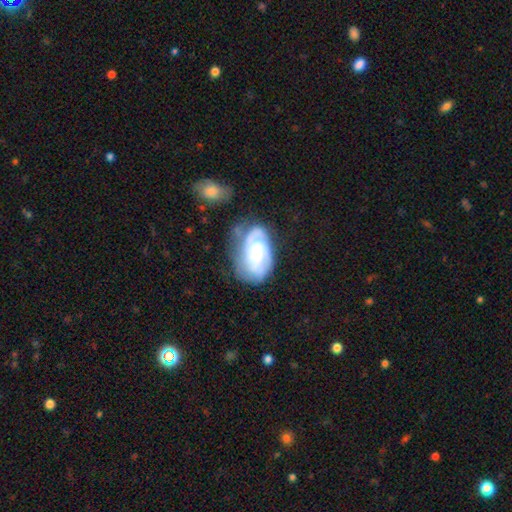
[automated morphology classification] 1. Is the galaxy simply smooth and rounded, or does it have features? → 68% featured or disk, 25% smooth, 8% star or artifact.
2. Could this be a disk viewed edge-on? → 97% no, 3% yes.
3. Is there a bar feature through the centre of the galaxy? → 60% no, 31% weak, 9% strong.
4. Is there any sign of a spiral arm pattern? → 87% yes, 13% no.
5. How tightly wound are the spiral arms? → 54% tight, 34% medium, 12% loose.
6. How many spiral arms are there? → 35% can't tell, 30% 2, 18% 3, 9% 1, 4% 4, 3% more than 4.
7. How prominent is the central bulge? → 33% moderate, 26% small, 22% large, 14% none, 4% dominant.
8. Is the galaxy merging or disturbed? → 51% none, 27% minor disturbance, 16% major disturbance, 6% merger.